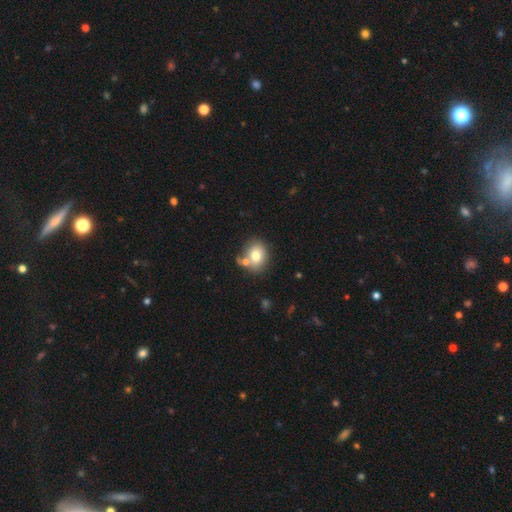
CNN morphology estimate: Overall: smooth (75%). How rounded: round (52%; in between 47%). Merging: none (64%).